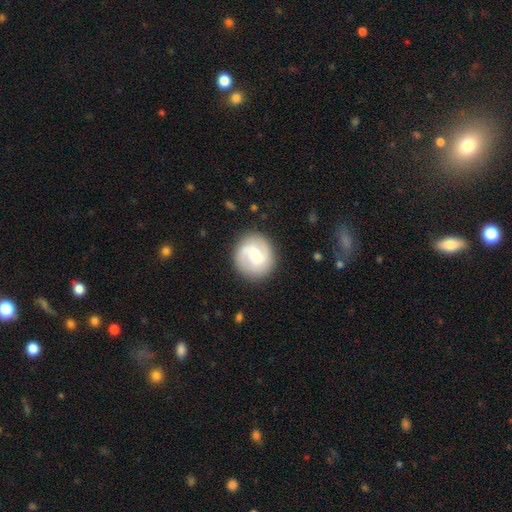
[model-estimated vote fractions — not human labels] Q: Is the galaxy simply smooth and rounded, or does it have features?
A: featured or disk — 64%.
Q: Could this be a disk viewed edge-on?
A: no — 98%.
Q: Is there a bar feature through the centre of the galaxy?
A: weak — 55%.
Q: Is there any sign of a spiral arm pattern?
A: yes — 88%.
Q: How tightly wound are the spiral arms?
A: medium — 45%.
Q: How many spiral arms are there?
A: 2 — 77%.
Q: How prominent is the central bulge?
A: moderate — 51%.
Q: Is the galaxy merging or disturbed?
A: none — 83%.